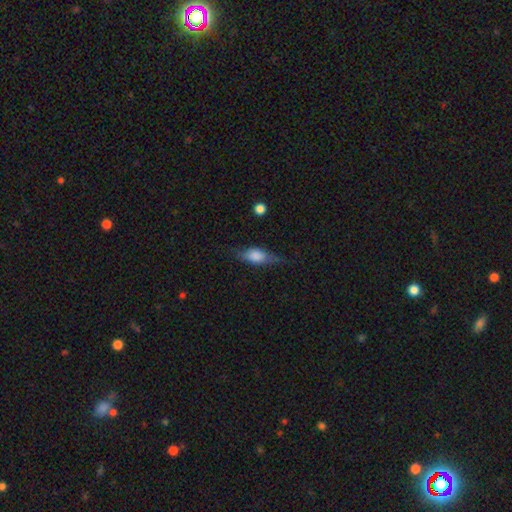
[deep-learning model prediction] smooth-or-featured: smooth: 63% | featured or disk: 29% | star or artifact: 8%
  how-rounded: in between: 70% | cigar-shaped: 24% | round: 6%
  merging: none: 66% | minor disturbance: 24% | major disturbance: 8% | merger: 2%